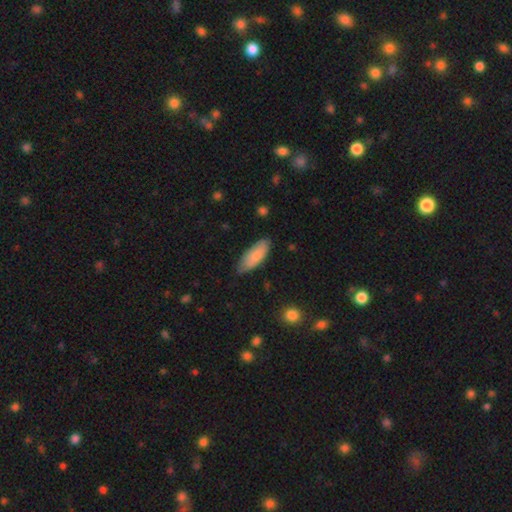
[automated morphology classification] Smooth or featured: smooth — 83% (featured or disk — 11%)
How rounded: in between — 72% (cigar-shaped — 26%)
Merging: none — 73% (minor disturbance — 22%)